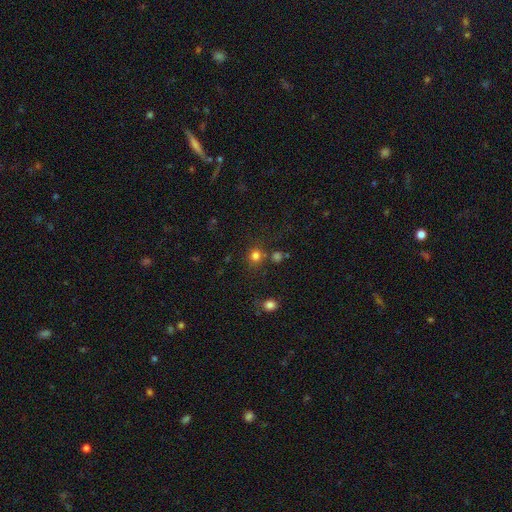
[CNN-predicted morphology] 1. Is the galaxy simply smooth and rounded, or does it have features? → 77% smooth, 17% star or artifact, 6% featured or disk.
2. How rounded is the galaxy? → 87% round, 12% in between, 1% cigar-shaped.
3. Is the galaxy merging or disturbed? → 74% none, 12% merger, 10% minor disturbance, 4% major disturbance.